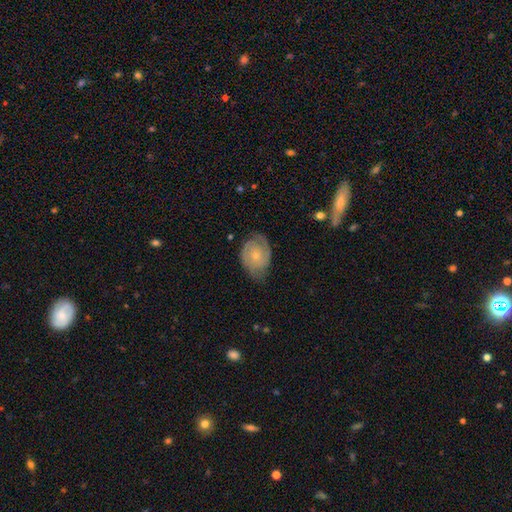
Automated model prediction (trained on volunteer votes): This is likely a featured or disk galaxy (70%). It is clearly not viewed edge-on (97%). Bar: likely no (76%). Spiral arm pattern: clearly yes (90%). Spiral arm count: likely 2 (72%). Spiral winding: possibly tight (52%). Central bulge: likely small (63%). Merging: likely none (66%).